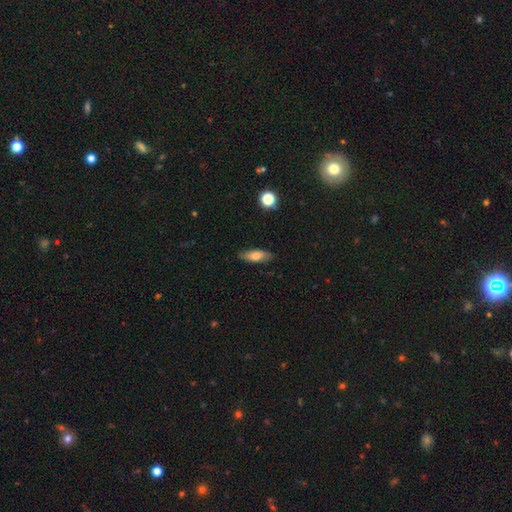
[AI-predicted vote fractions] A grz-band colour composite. It shows a smooth galaxy with no disk features (71%) that is in between round and cigar-shaped (66%). Merging: none (84%).